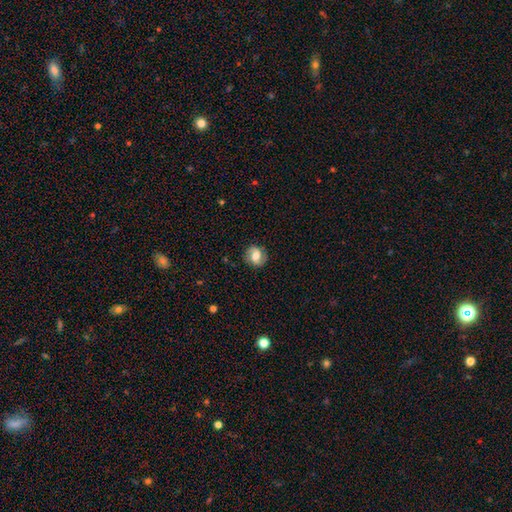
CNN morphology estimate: smooth-or-featured: featured or disk: 56% | smooth: 36% | star or artifact: 9%
  disk-edge-on: no: 97% | yes: 3%
    bar: weak: 43% | no: 40% | strong: 17%
    has-spiral-arms: yes: 88% | no: 12%
    bulge-size: moderate: 52% | large: 29% | small: 12% | dominant: 3% | none: 3%
  merging: none: 83% | minor disturbance: 12% | major disturbance: 4% | merger: 1%